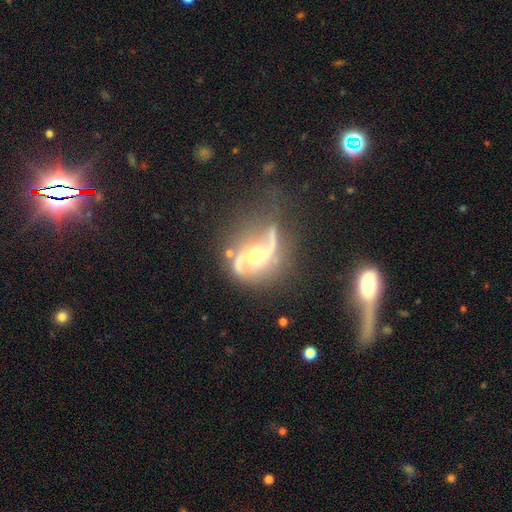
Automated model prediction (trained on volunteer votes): smooth_or_featured: featured or disk (p=0.89) [alt: star or artifact p=0.06]
disk_edge_on: no (p=0.97) [alt: yes p=0.03]
bar: no (p=0.50) [alt: weak p=0.30]
has_spiral_arms: yes (p=0.96) [alt: no p=0.04]
spiral_winding: loose (p=0.60) [alt: medium p=0.33]
spiral_arm_count: 2 (p=0.92) [alt: 1 p=0.03]
bulge_size: moderate (p=0.62) [alt: large p=0.24]
merging: none (p=0.61) [alt: minor disturbance p=0.19]